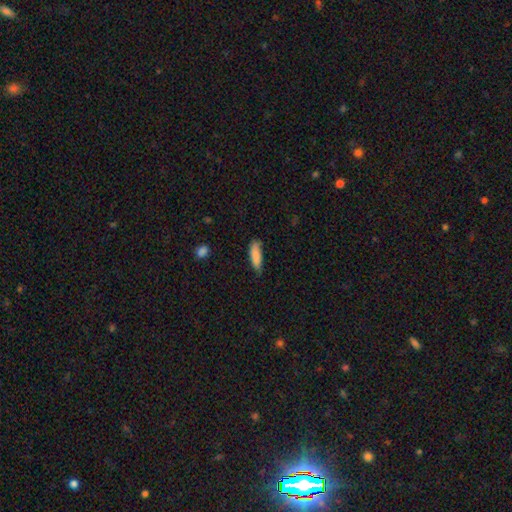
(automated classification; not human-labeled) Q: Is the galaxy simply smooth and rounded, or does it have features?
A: smooth — 86%.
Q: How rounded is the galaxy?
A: cigar-shaped — 53%.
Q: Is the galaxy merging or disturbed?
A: none — 67%.